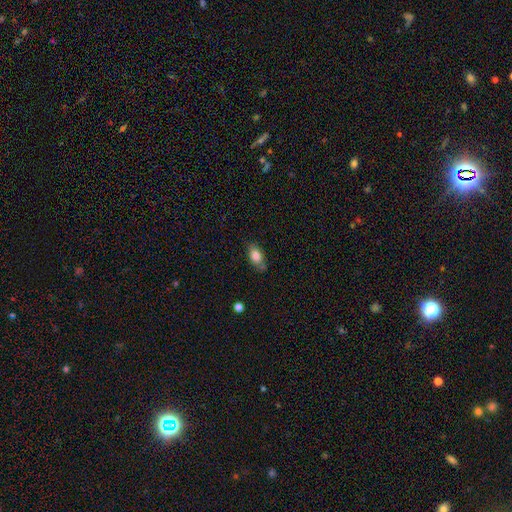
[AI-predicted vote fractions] A smooth galaxy with no disk features (79%) that is in between round and cigar-shaped (88%). Merging: none (70%).